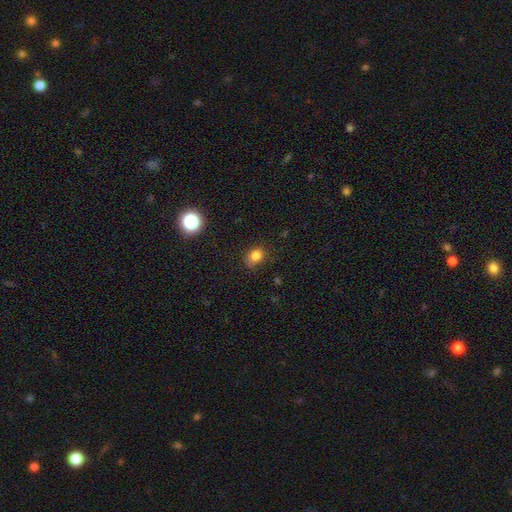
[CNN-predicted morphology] The model was most divided on "how rounded": in between: 51%, round: 48%, cigar-shaped: 1%. More confident: smooth or featured — smooth (81%); merging — none (72%).